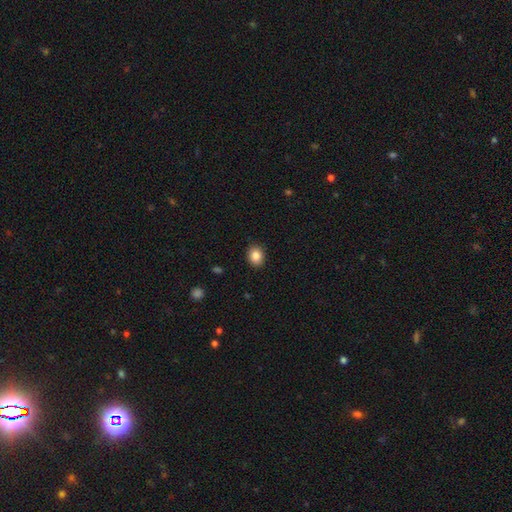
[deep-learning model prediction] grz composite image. It shows a smooth galaxy with no disk features (85%) that is round (54%). Merging: none (90%).